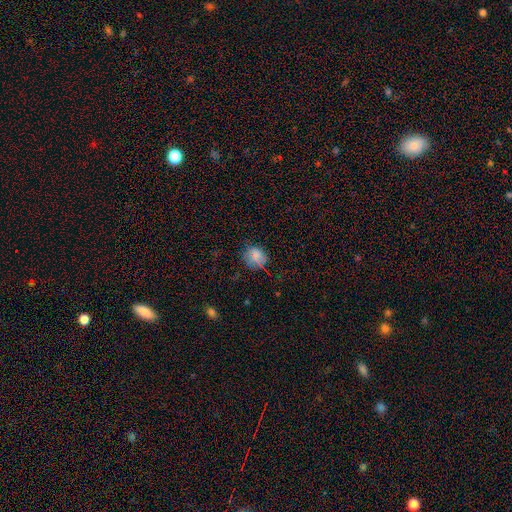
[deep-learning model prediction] Smooth or featured?
  - smooth: 74% *
  - star or artifact: 14%
  - featured or disk: 12%
How rounded?
  - round: 76% *
  - in between: 23%
  - cigar-shaped: 1%
Merging?
  - none: 70% *
  - minor disturbance: 21%
  - major disturbance: 7%
  - merger: 2%